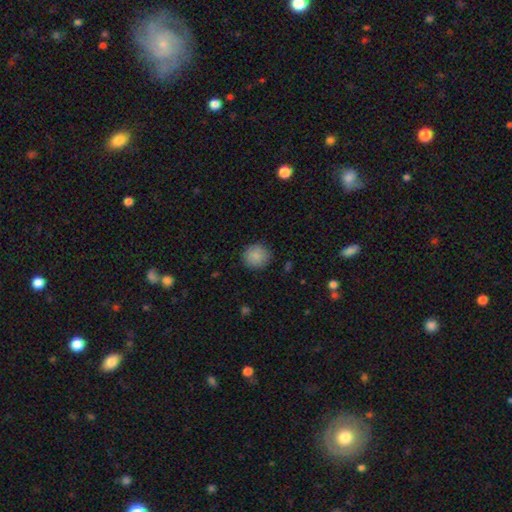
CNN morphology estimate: This is clearly a smooth galaxy (87%). How rounded: clearly round (88%). Merging: clearly none (87%).